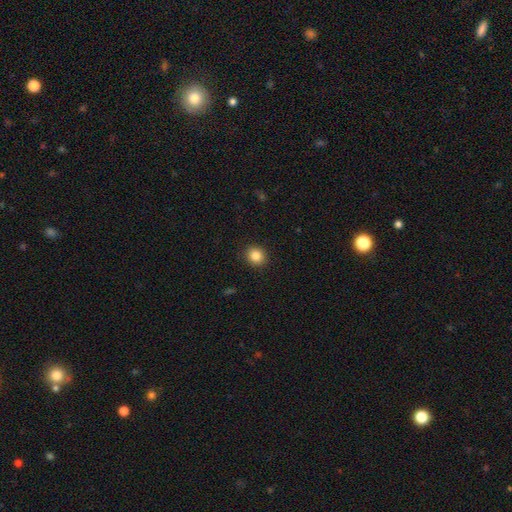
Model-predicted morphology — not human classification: Smooth or featured? Predicted: smooth (p=0.86). How rounded? Predicted: round (p=0.85). Merging? Predicted: none (p=0.91).